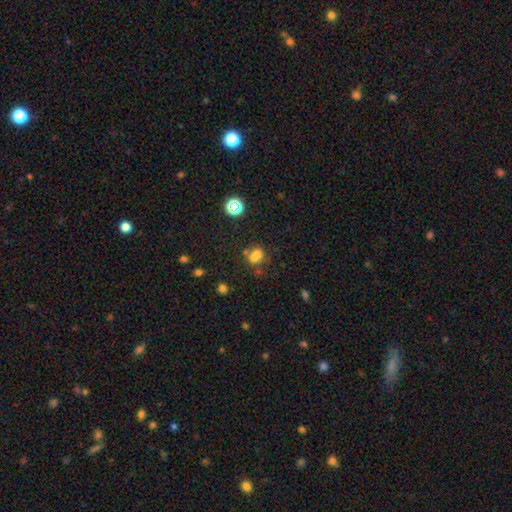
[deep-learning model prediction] smooth-or-featured: smooth: 62% | star or artifact: 22% | featured or disk: 16%
  how-rounded: round: 61% | in between: 37% | cigar-shaped: 2%
  merging: merger: 43% | none: 39% | minor disturbance: 11% | major disturbance: 6%